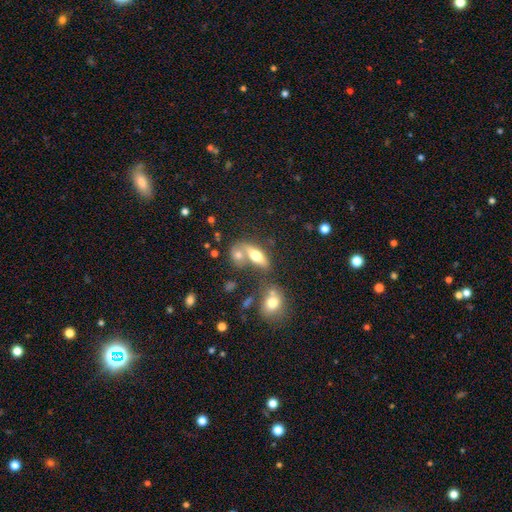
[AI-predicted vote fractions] A smooth galaxy with no disk features (59%) that is in between round and cigar-shaped (67%).

Vote fractions:
- Smooth or featured? smooth: 59% / featured or disk: 31% / star or artifact: 9%
- How rounded? in between: 67% / cigar-shaped: 26% / round: 7%
- Merging? merger: 44% / none: 39% / minor disturbance: 11% / major disturbance: 7%